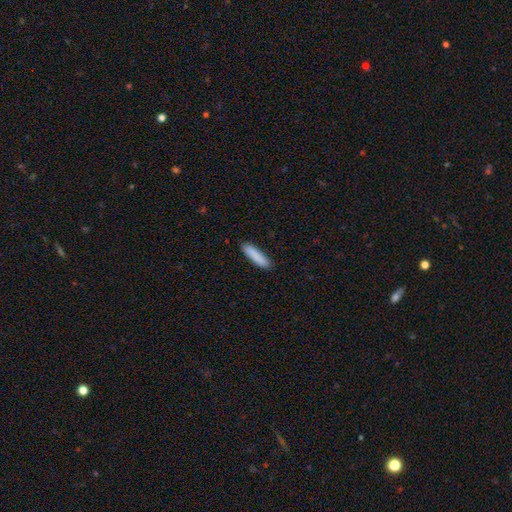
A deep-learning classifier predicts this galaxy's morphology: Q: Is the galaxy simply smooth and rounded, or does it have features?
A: smooth — 88%.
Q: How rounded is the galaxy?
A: cigar-shaped — 80%.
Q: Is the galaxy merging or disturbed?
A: none — 89%.